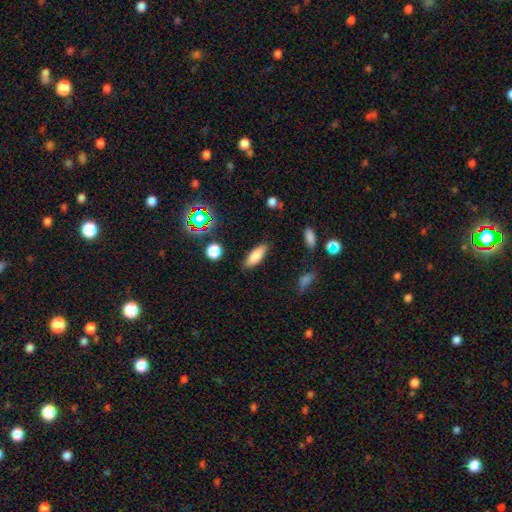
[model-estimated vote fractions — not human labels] smooth_or_featured: smooth (p=0.80) [alt: featured or disk p=0.10]
how_rounded: in between (p=0.68) [alt: cigar-shaped p=0.29]
merging: none (p=0.85) [alt: minor disturbance p=0.11]